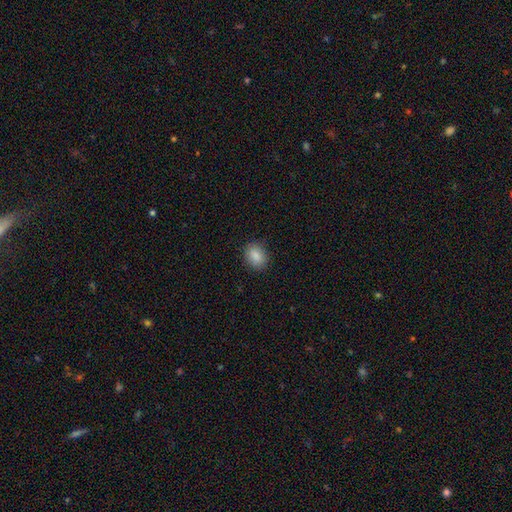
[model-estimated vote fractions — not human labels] Smooth or featured? Predicted: smooth (p=0.88). How rounded? Predicted: in between (p=0.60). Merging? Predicted: none (p=0.88).